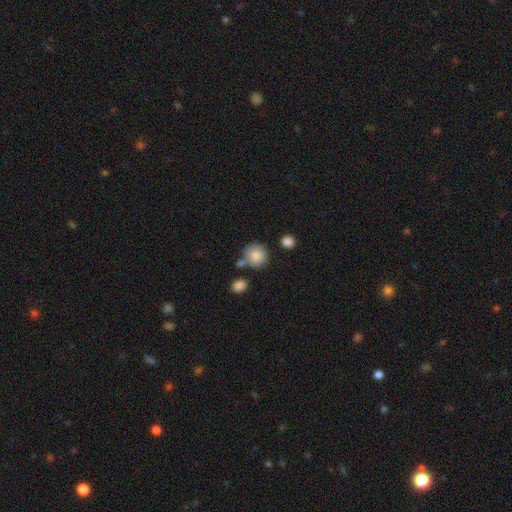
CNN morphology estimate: Overall: smooth (85%). How rounded: round (89%). Merging: none (69%).